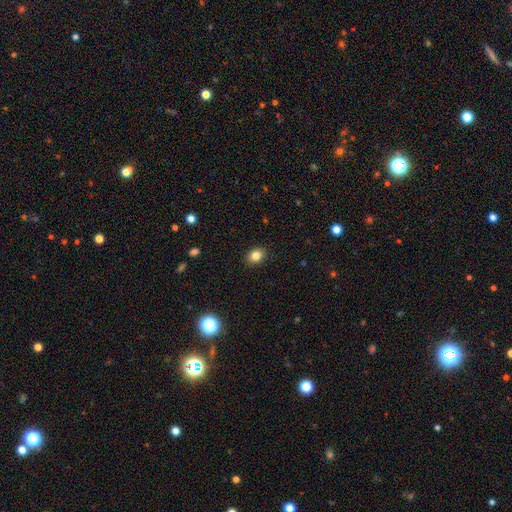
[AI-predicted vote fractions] Q: Smooth or featured?
A: smooth (84%); runner-up: star or artifact (10%)
Q: How rounded?
A: in between (63%); runner-up: round (36%)
Q: Merging?
A: none (90%); runner-up: minor disturbance (7%)